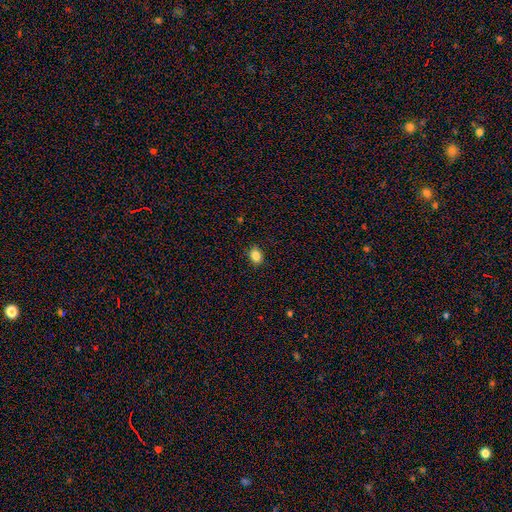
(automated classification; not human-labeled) A smooth galaxy with no disk features (86%) that is in between round and cigar-shaped (61%). Merging: none (88%).